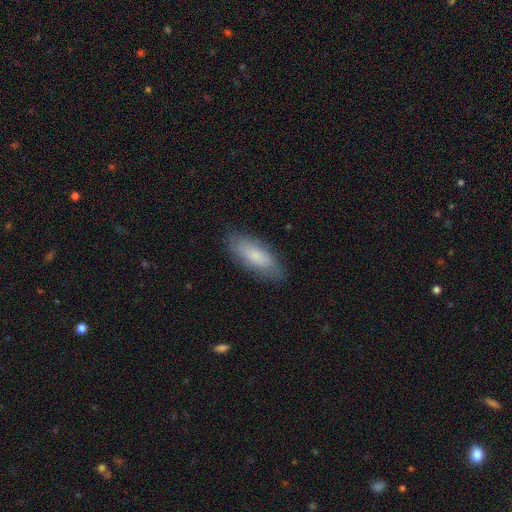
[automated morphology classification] Smooth or featured? smooth (77%)
How rounded? in between (71%)
Merging? none (81%)